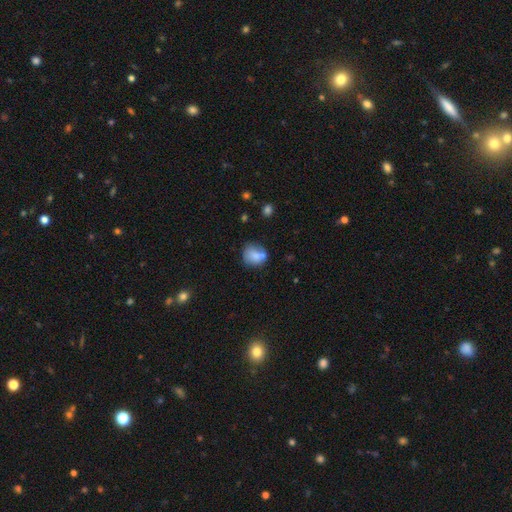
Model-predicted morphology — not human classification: Smooth or featured: smooth — 77% (featured or disk — 14%)
How rounded: round — 66% (in between — 33%)
Merging: none — 49% (minor disturbance — 23%)